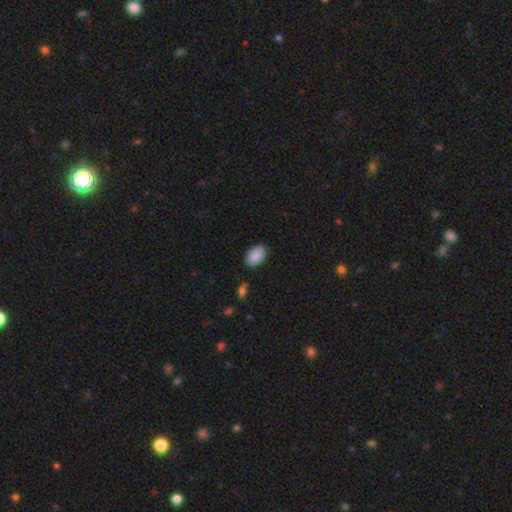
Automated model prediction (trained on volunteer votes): Smooth or featured?
  - smooth: 90% *
  - star or artifact: 7%
  - featured or disk: 3%
How rounded?
  - in between: 91% *
  - round: 8%
  - cigar-shaped: 1%
Merging?
  - none: 86% *
  - minor disturbance: 11%
  - major disturbance: 2%
  - merger: 1%